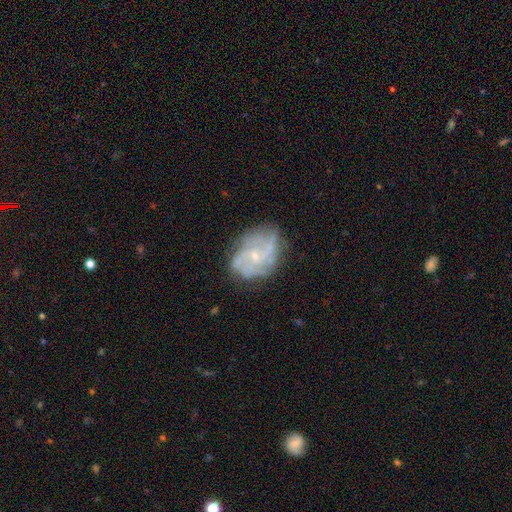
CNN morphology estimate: A featured or disk galaxy (77%) with no bar (75%), medium (40%, tied with tight) spiral arms (86%) and a small central bulge (74%). Merging: none (67%).